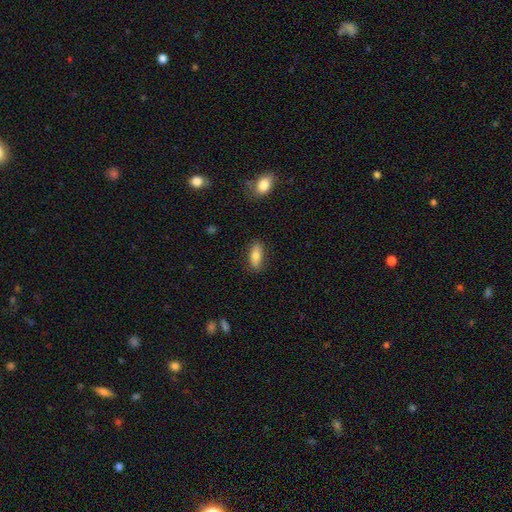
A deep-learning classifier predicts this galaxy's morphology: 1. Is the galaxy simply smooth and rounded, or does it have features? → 80% smooth, 13% featured or disk, 7% star or artifact.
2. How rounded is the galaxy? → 74% in between, 23% cigar-shaped, 3% round.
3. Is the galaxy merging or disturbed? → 84% none, 12% minor disturbance, 3% major disturbance, 2% merger.